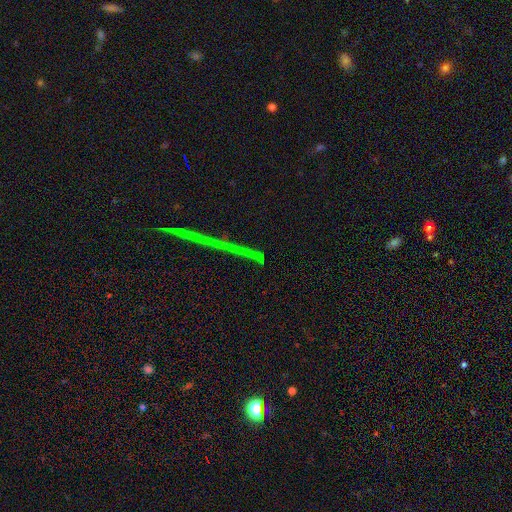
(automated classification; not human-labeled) smooth_or_featured: star or artifact (p=0.76) [alt: featured or disk p=0.13]